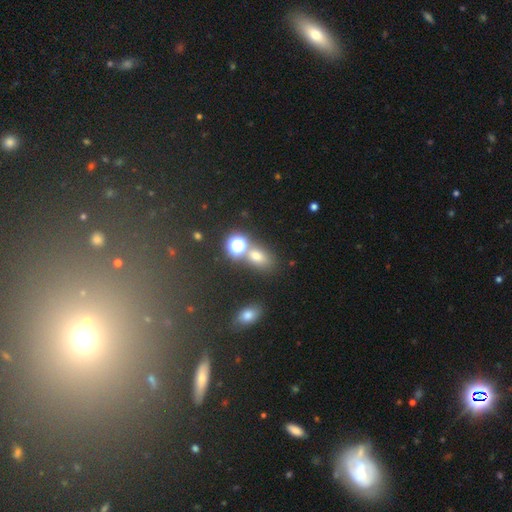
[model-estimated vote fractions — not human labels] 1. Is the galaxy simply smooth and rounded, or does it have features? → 65% smooth, 25% star or artifact, 10% featured or disk.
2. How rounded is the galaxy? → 67% in between, 30% round, 2% cigar-shaped.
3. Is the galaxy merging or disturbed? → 62% none, 22% merger, 11% minor disturbance, 5% major disturbance.